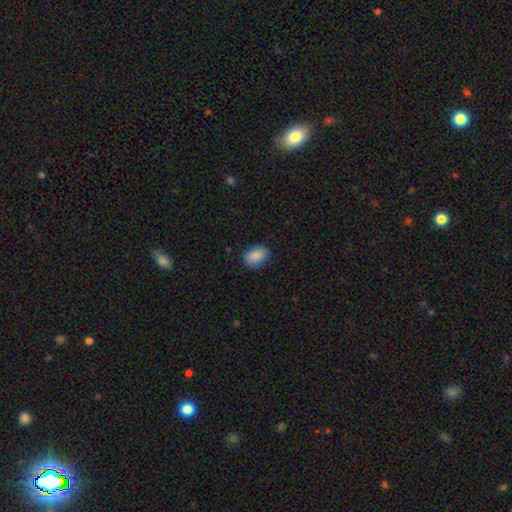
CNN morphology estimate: Smooth or featured? smooth (89%)
How rounded? in between (81%)
Merging? none (83%)